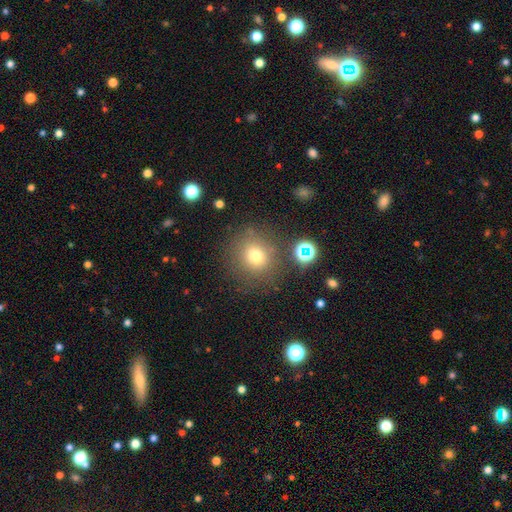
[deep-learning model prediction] smooth 72%, star or artifact 18%, featured or disk 11%. Down the decision tree: how rounded — round (89%); merging — none (79%).